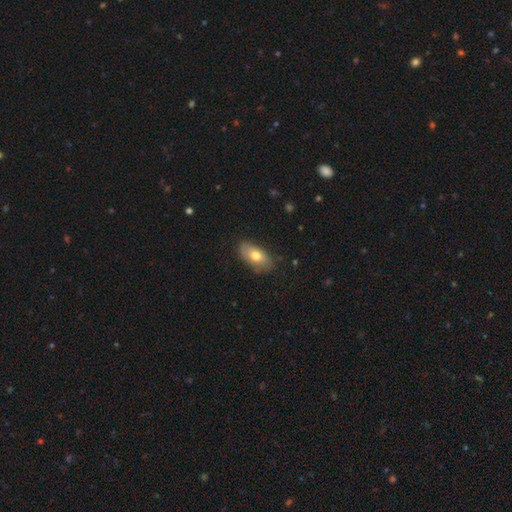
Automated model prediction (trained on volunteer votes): This appears to be a smooth galaxy with no disk features (72%) that is in between round and cigar-shaped (89%). Merging: none (78%).